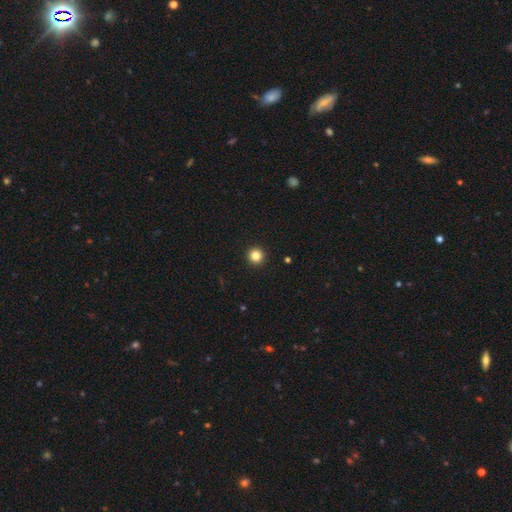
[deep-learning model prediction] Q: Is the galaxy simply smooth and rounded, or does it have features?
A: smooth — 84%.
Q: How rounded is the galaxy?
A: round — 96%.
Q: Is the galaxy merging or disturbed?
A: none — 94%.